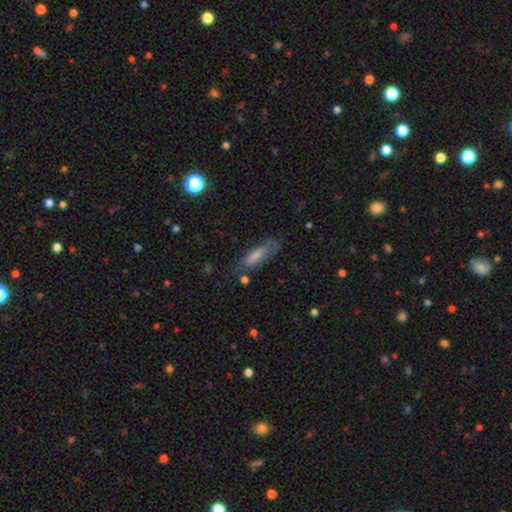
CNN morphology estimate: smooth_or_featured: smooth (p=0.70) [alt: featured or disk p=0.22]
how_rounded: cigar-shaped (p=0.55) [alt: in between p=0.43]
merging: none (p=0.62) [alt: minor disturbance p=0.25]